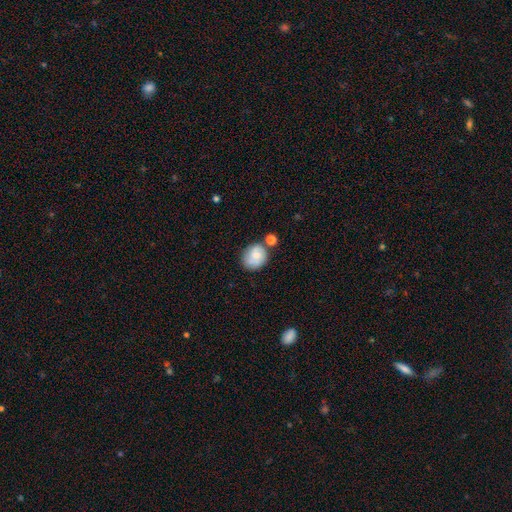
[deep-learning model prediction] smooth_or_featured: smooth (p=0.63) [alt: featured or disk p=0.29]
how_rounded: round (p=0.63) [alt: in between p=0.36]
merging: none (p=0.57) [alt: minor disturbance p=0.22]